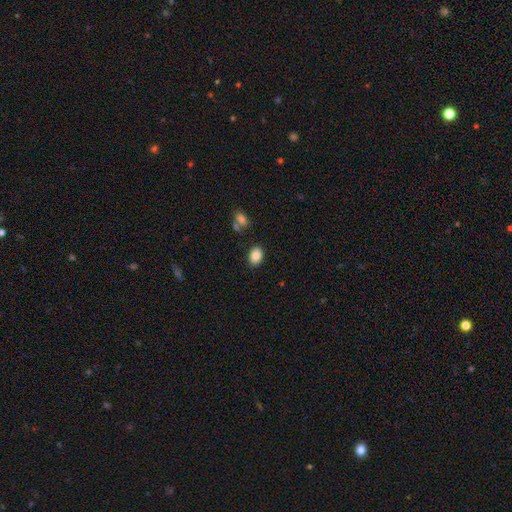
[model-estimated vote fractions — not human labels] This is clearly a smooth galaxy (86%). How rounded: likely in between (79%). Merging: clearly none (84%).